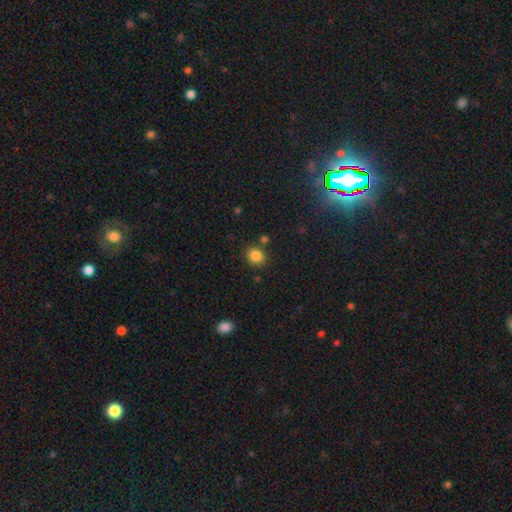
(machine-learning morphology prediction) This is clearly a smooth galaxy (85%). How rounded: likely round (64%). Merging: clearly none (81%).